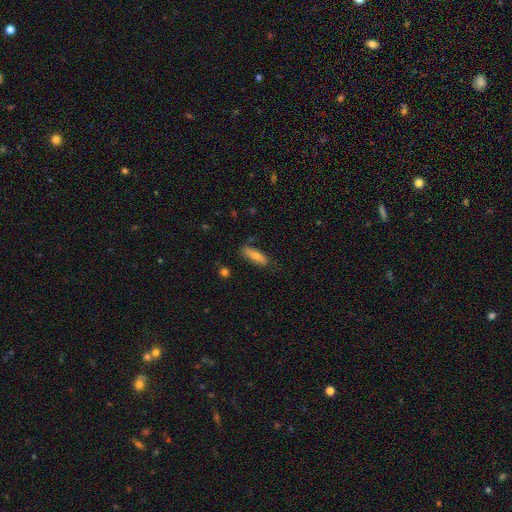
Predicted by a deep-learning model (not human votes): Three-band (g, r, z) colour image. It shows a smooth galaxy with no disk features (63%) that is cigar-shaped (50%). Merging: none (74%).